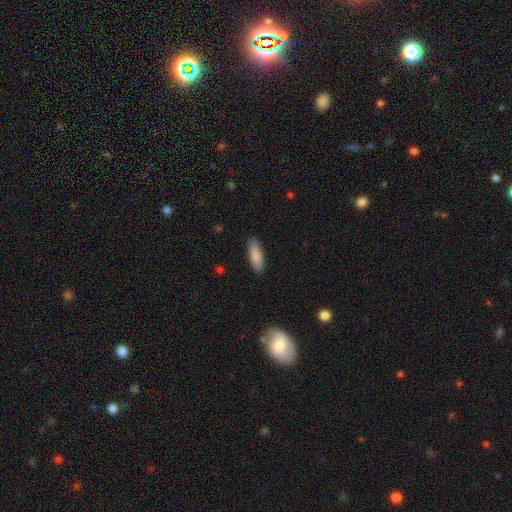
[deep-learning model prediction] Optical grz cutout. It shows a smooth galaxy with no disk features (87%) that is in between round and cigar-shaped (52%). Merging: none (88%).